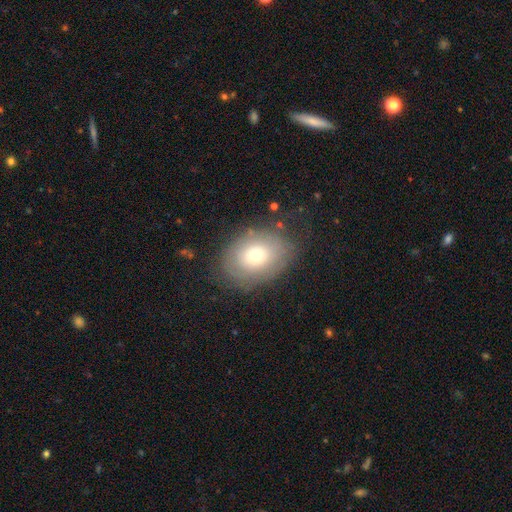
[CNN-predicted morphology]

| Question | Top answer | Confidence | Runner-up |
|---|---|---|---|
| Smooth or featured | smooth | 63% | featured or disk (26%) |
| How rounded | in between | 63% | round (36%) |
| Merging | none | 71% | minor disturbance (19%) |